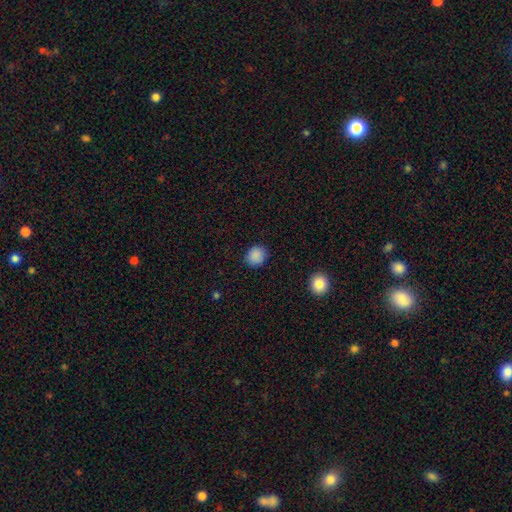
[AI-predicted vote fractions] smooth 88%, star or artifact 9%, featured or disk 3%. Down the decision tree: how rounded — round (84%); merging — none (89%).